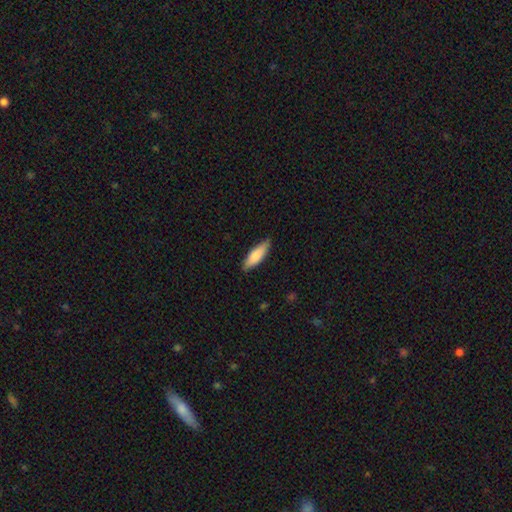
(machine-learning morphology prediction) Smooth or featured? smooth (80%)
How rounded? in between (53%)
Merging? none (82%)